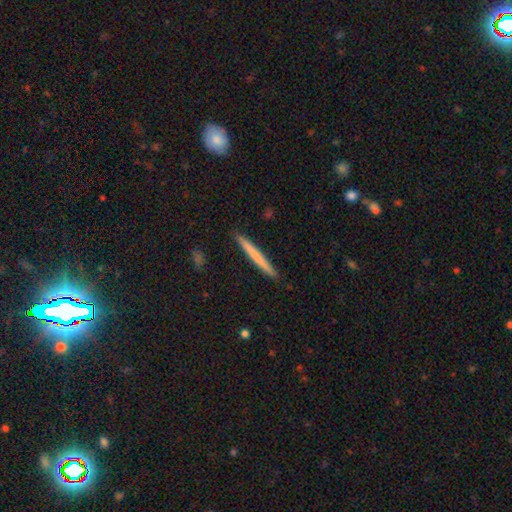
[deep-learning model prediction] smooth 65%, featured or disk 30%, star or artifact 5%. Down the decision tree: how rounded — cigar-shaped (97%); merging — none (92%).